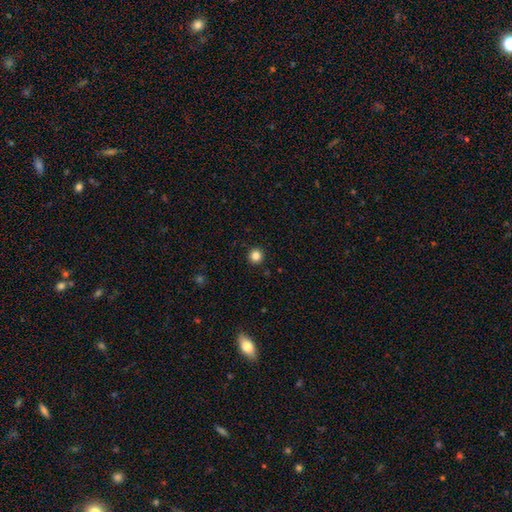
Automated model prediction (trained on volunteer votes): Smooth or featured? smooth (85%)
How rounded? round (96%)
Merging? none (93%)